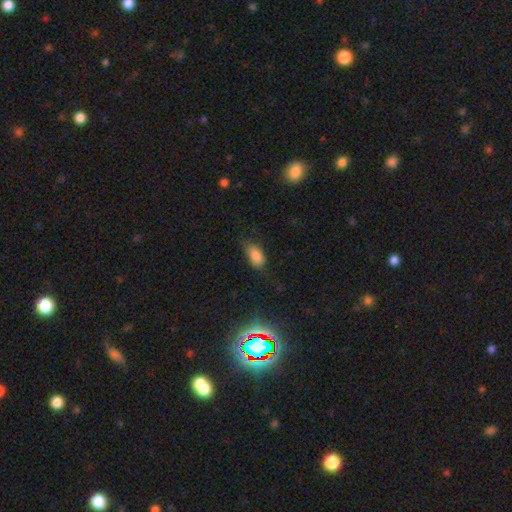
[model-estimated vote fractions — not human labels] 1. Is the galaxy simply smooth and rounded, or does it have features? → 82% smooth, 11% star or artifact, 8% featured or disk.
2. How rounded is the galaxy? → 90% in between, 5% round, 5% cigar-shaped.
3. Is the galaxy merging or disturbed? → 62% none, 27% minor disturbance, 9% major disturbance, 2% merger.